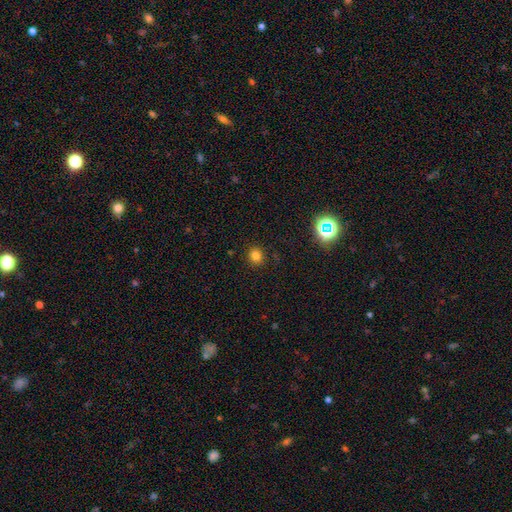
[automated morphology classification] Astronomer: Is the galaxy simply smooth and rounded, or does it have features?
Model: smooth — 78%.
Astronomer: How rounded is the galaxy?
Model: round — 81%.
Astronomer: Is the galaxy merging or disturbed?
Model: none — 90%.